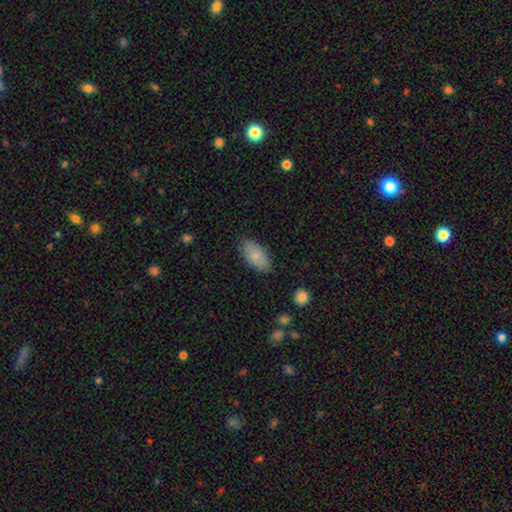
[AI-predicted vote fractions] Smooth or featured? Predicted: smooth (p=0.85). How rounded? Predicted: in between (p=0.93). Merging? Predicted: none (p=0.83).